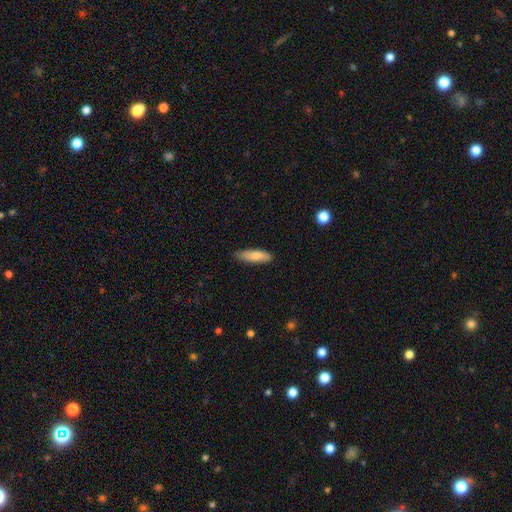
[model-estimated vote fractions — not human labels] smooth-or-featured: smooth: 79% | featured or disk: 15% | star or artifact: 6%
  how-rounded: cigar-shaped: 61% | in between: 37% | round: 2%
  merging: none: 81% | minor disturbance: 16% | major disturbance: 2% | merger: 1%